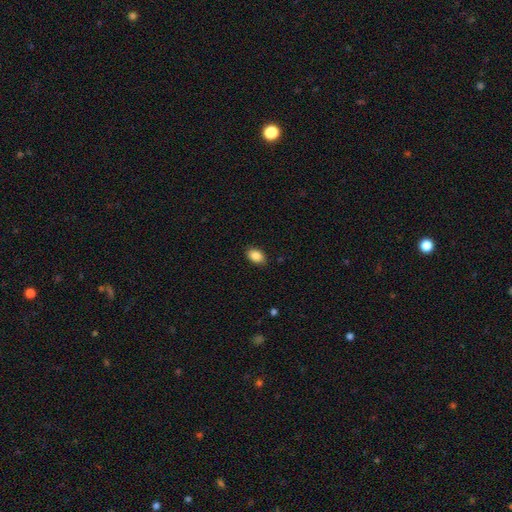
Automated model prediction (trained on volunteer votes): smooth_or_featured: smooth (p=0.88) [alt: star or artifact p=0.08]
how_rounded: in between (p=0.88) [alt: round p=0.11]
merging: none (p=0.87) [alt: minor disturbance p=0.09]